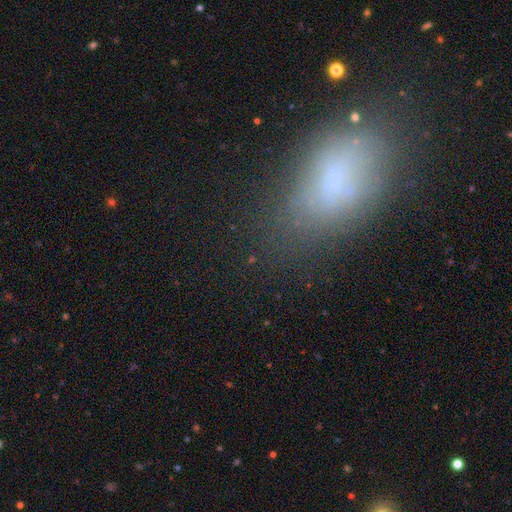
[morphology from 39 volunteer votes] This appears to be a smooth galaxy with no disk features (85%) that is in between round and cigar-shaped (97%). Merging: none (44%).